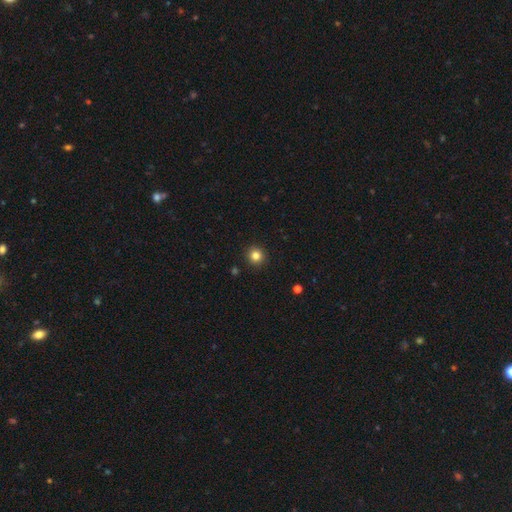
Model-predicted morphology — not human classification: Q: Smooth or featured?
A: smooth (83%); runner-up: star or artifact (12%)
Q: How rounded?
A: round (94%); runner-up: in between (5%)
Q: Merging?
A: none (92%); runner-up: minor disturbance (5%)